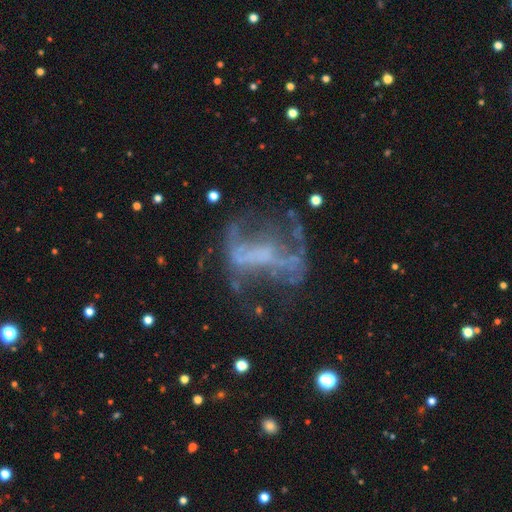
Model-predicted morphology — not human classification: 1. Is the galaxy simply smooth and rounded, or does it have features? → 68% featured or disk, 18% star or artifact, 14% smooth.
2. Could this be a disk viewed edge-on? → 91% no, 9% yes.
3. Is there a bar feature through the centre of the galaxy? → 46% no, 29% strong, 25% weak.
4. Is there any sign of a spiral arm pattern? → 54% no, 46% yes.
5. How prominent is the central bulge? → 63% none, 23% small, 10% moderate, 3% large, 1% dominant.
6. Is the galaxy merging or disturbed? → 39% none, 37% major disturbance, 18% minor disturbance, 6% merger.